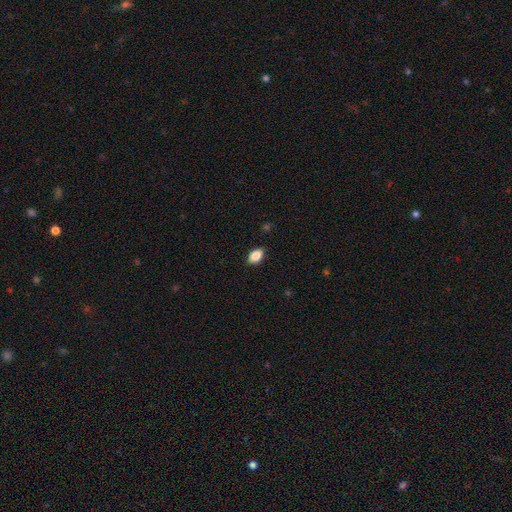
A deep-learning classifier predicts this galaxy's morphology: smooth 88%, star or artifact 8%, featured or disk 5%. Down the decision tree: how rounded — in between (89%); merging — none (87%).